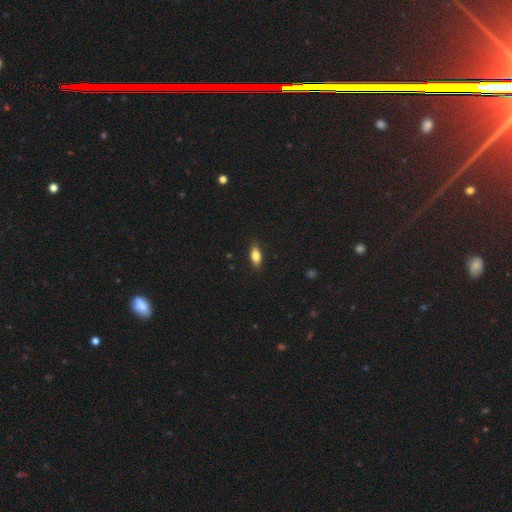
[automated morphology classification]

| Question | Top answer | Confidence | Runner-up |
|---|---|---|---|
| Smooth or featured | smooth | 76% | featured or disk (16%) |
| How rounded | in between | 80% | cigar-shaped (16%) |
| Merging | none | 87% | minor disturbance (10%) |